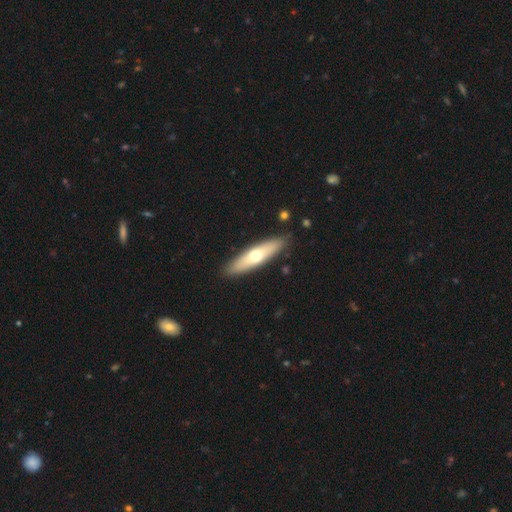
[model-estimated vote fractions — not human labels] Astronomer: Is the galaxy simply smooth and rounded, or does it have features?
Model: smooth — 54% (runner-up: featured or disk, 40%).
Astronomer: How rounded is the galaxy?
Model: cigar-shaped — 68%.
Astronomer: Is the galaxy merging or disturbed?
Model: none — 89%.